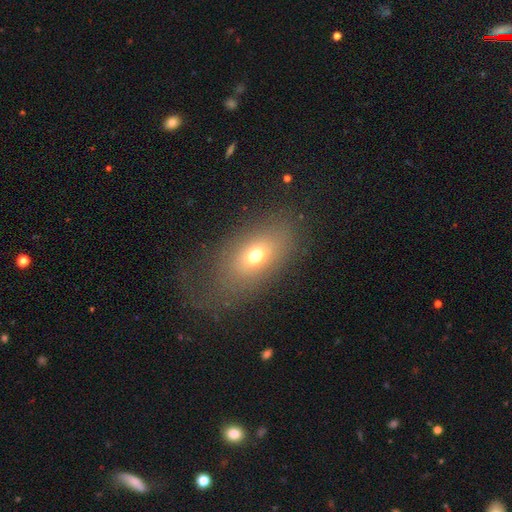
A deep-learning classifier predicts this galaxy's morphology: Q: Smooth or featured?
A: smooth (65%); runner-up: featured or disk (21%)
Q: How rounded?
A: in between (80%); runner-up: round (17%)
Q: Merging?
A: none (74%); runner-up: minor disturbance (13%)